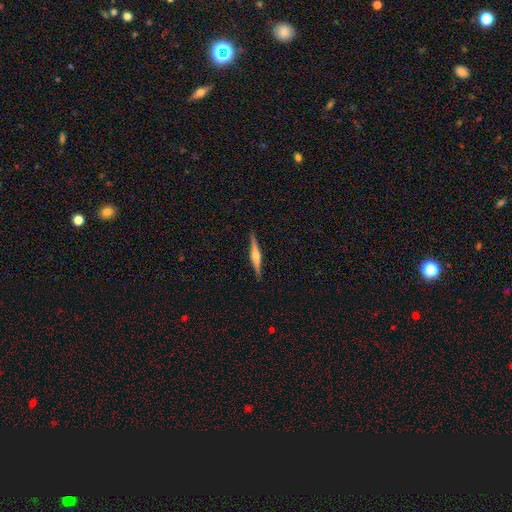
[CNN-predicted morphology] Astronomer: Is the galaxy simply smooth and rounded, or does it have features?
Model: featured or disk — 70%.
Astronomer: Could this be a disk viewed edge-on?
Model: yes — 98%.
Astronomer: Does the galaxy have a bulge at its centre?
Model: rounded — 77%.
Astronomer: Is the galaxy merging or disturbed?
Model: none — 91%.